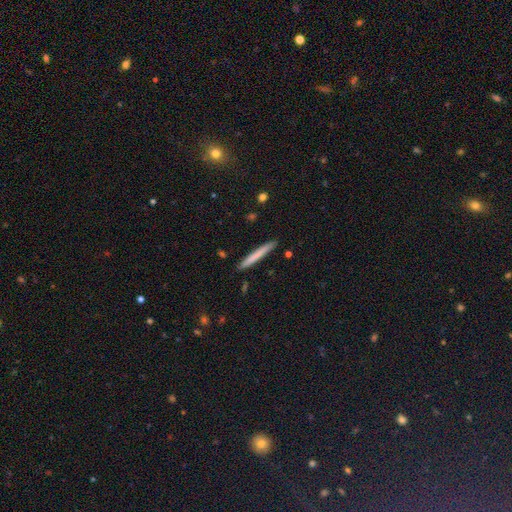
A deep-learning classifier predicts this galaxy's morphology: Overall: smooth (71%). How rounded: cigar-shaped (97%). Merging: none (90%).